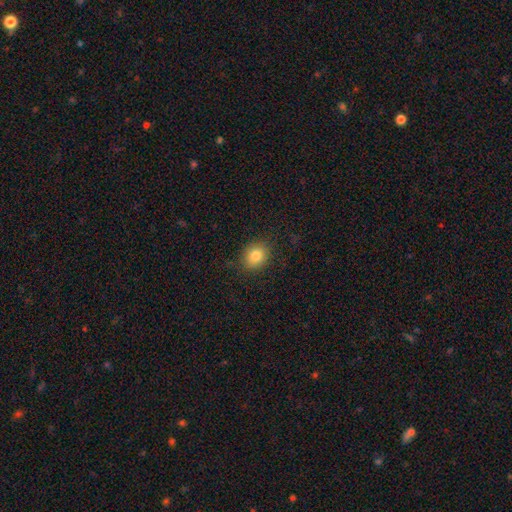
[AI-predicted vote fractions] The model was most divided on "how rounded": round: 66%, in between: 33%, cigar-shaped: 1%. More confident: merging — none (85%); smooth or featured — smooth (82%).